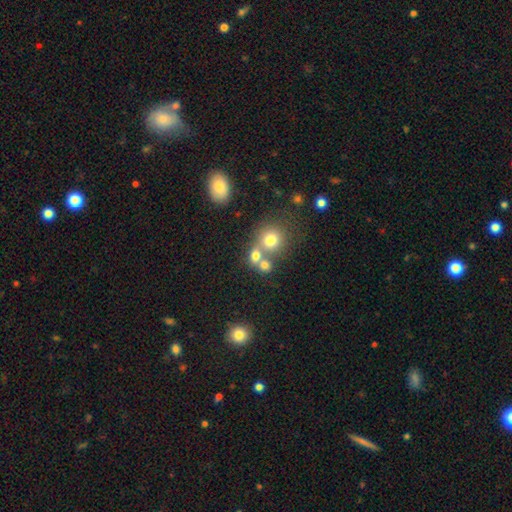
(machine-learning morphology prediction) Overall: smooth (71%). How rounded: round (71%). Merging: merger (47%; none 41%).